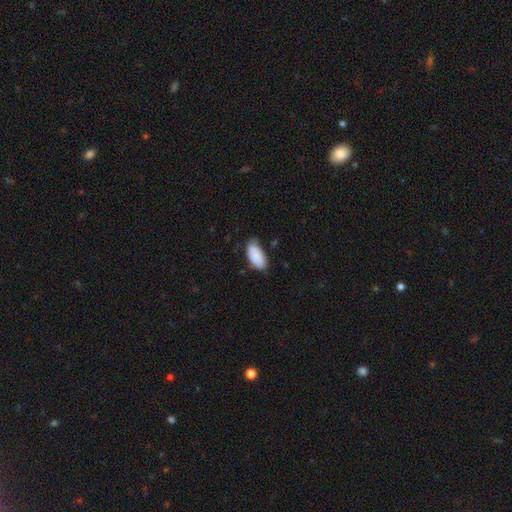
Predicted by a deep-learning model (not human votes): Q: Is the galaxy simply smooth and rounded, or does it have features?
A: smooth — 86%.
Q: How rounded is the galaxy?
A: in between — 95%.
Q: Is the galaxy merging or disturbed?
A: none — 63%.